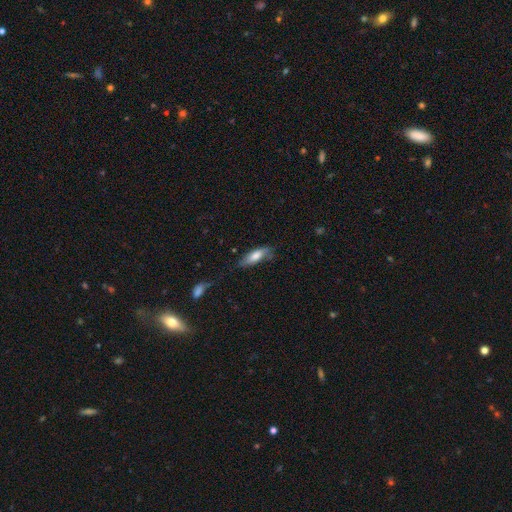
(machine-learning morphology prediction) Smooth or featured? Predicted: smooth (p=0.70). How rounded? Predicted: in between (p=0.64). Merging? Predicted: none (p=0.56).